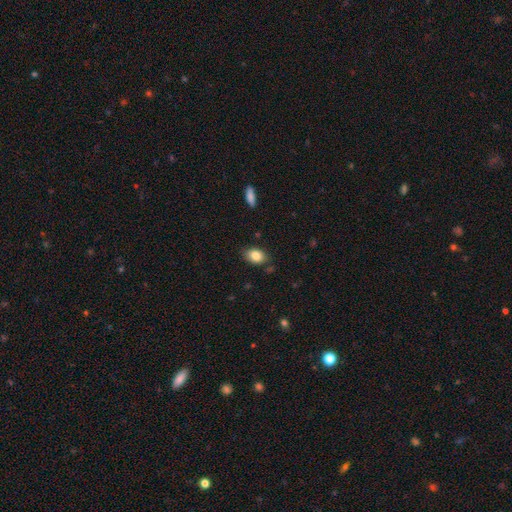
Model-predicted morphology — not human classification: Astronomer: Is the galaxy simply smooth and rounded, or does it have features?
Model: smooth — 84%.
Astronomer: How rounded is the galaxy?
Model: in between — 82%.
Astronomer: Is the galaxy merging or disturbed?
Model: none — 82%.